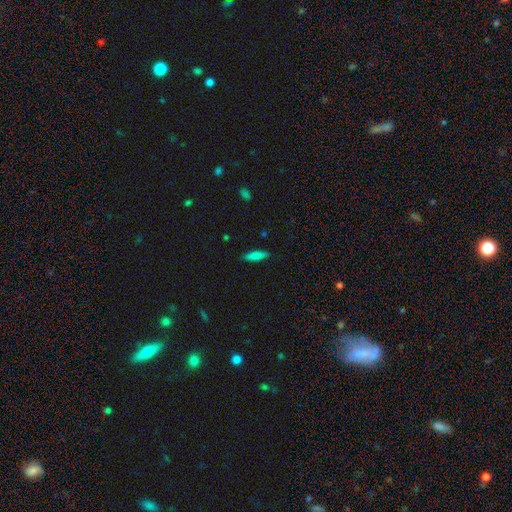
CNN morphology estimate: Smooth or featured? smooth (78%)
How rounded? cigar-shaped (67%)
Merging? none (87%)